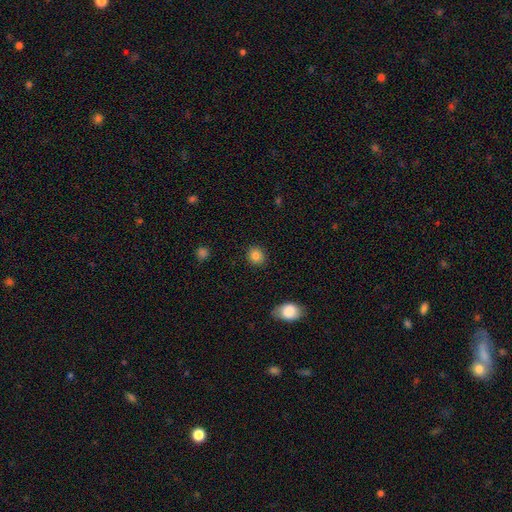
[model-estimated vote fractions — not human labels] A smooth galaxy with no disk features (84%) that is round (82%). Merging: none (90%).